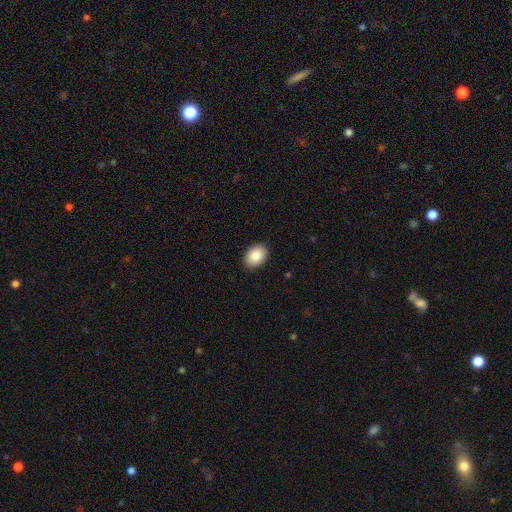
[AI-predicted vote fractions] A smooth galaxy with no disk features (87%) that is in between round and cigar-shaped (81%). Merging: none (90%).